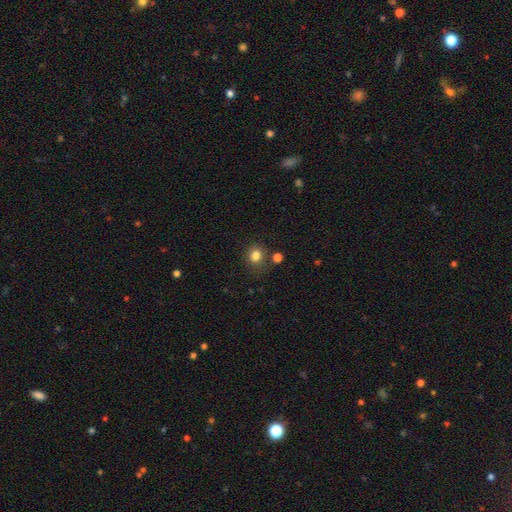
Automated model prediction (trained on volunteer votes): Smooth or featured? smooth (82%)
How rounded? round (78%)
Merging? none (76%)